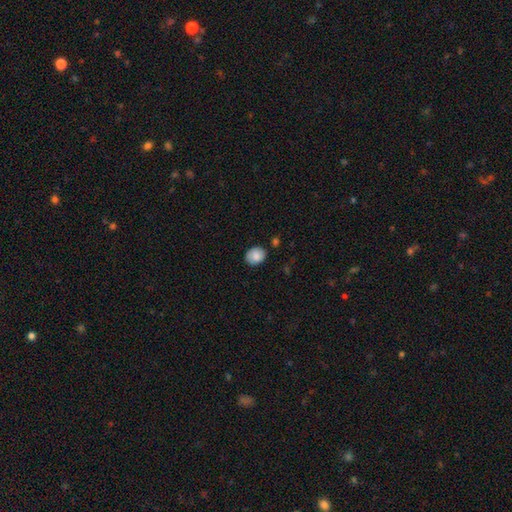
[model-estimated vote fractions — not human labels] smooth 85%, featured or disk 8%, star or artifact 7%. Down the decision tree: how rounded — round (50%, tied with in between); merging — none (83%).